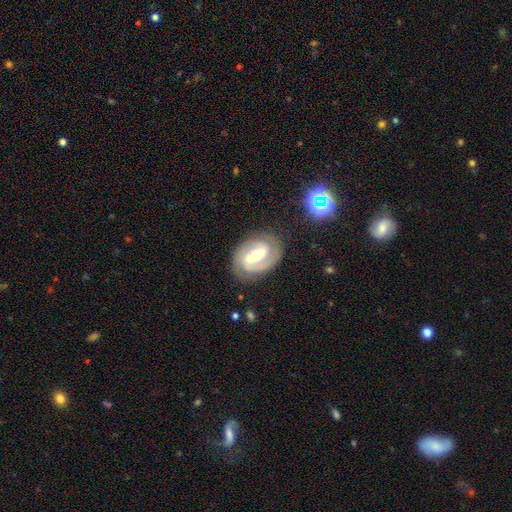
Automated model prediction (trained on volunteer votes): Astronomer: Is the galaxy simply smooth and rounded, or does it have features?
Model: featured or disk — 84%.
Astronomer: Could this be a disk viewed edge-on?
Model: no — 97%.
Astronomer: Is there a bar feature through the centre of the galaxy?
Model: weak — 41% (runner-up: strong, 40%).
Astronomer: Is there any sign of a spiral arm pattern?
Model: yes — 94%.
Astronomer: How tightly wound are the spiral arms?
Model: tight — 48% (runner-up: medium, 41%).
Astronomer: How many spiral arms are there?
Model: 2 — 77%.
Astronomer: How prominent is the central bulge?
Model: moderate — 54% (runner-up: small, 40%).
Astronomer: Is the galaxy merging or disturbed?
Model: none — 79%.